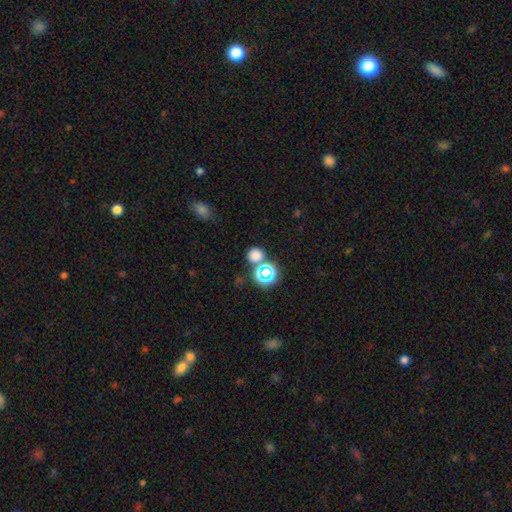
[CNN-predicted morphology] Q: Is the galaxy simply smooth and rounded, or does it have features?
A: smooth — 70%.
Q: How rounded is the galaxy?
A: round — 87%.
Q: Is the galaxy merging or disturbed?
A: none — 70%.